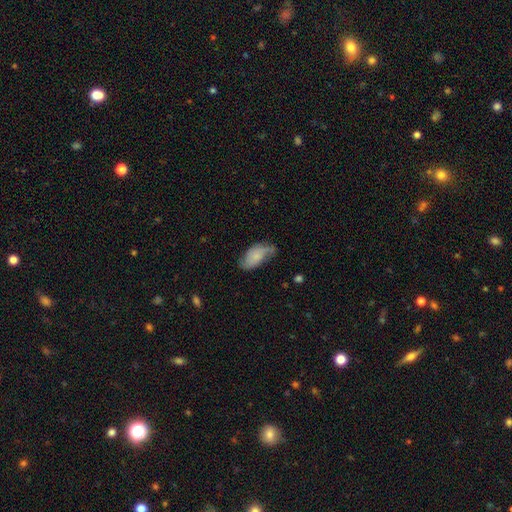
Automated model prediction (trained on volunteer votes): smooth 54%, featured or disk 39%, star or artifact 7%. Down the decision tree: how rounded — in between (92%); merging — none (51%).